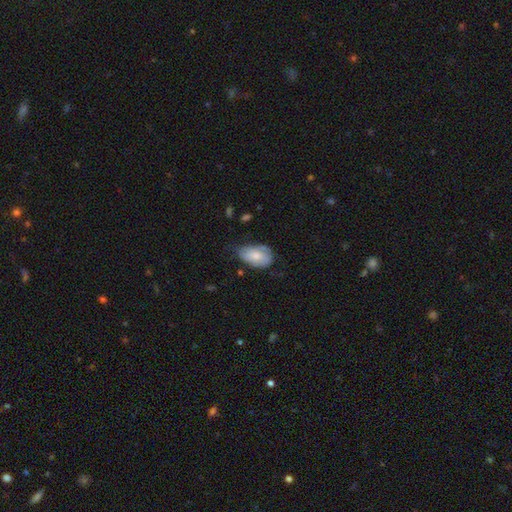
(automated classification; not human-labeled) Overall: smooth (71%). How rounded: in between (91%). Merging: none (47%; minor disturbance 39%).